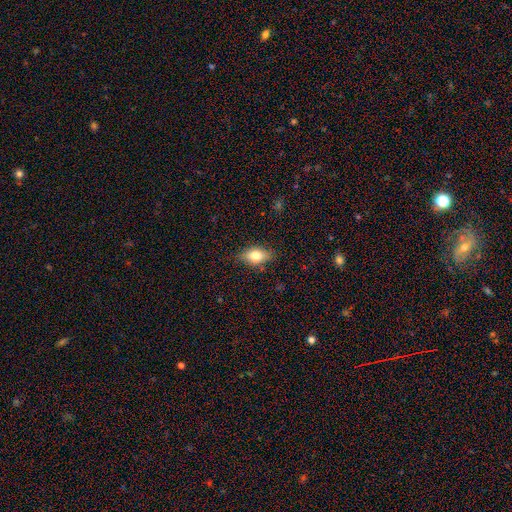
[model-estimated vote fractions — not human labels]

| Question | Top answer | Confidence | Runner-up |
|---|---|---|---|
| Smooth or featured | smooth | 73% | featured or disk (18%) |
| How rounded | in between | 81% | round (14%) |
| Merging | none | 79% | minor disturbance (16%) |